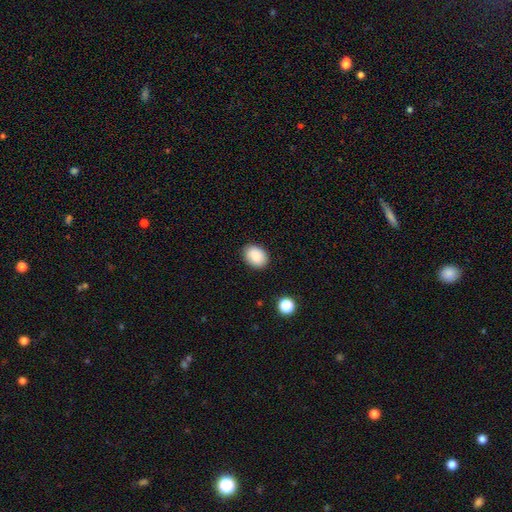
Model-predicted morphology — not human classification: This appears to be a smooth galaxy with no disk features (88%) that is in between round and cigar-shaped (64%). Merging: none (87%).